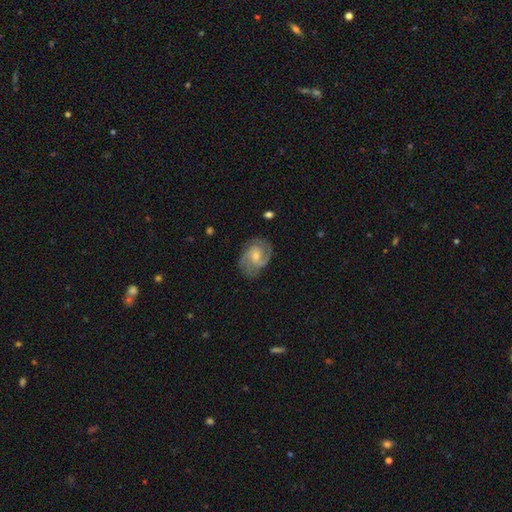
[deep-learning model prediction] Overall: featured or disk (84%). Edge-on disk: no (97%). Bar: no (50%; weak 41%). Spiral arms: yes (97%). Spiral arm count: 2 (57%; 3 24%). Spiral winding: medium (48%; tight 41%). Bulge size: moderate (48%; small 47%). Merging: none (78%).